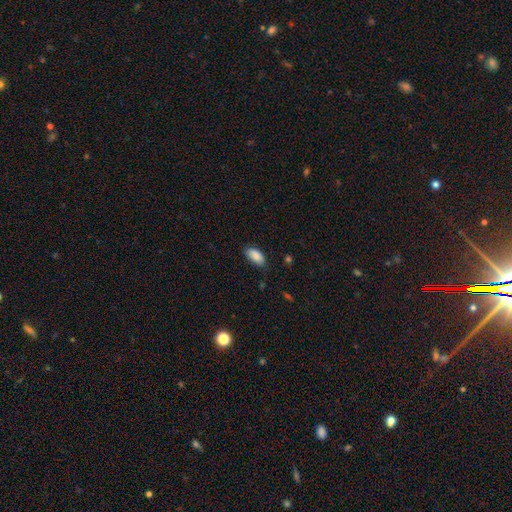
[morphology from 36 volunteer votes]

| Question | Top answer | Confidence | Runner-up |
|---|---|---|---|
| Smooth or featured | smooth | 97% | star or artifact (3%) |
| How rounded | in between | 91% | cigar-shaped (9%) |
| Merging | none | 71% | minor disturbance (23%) |